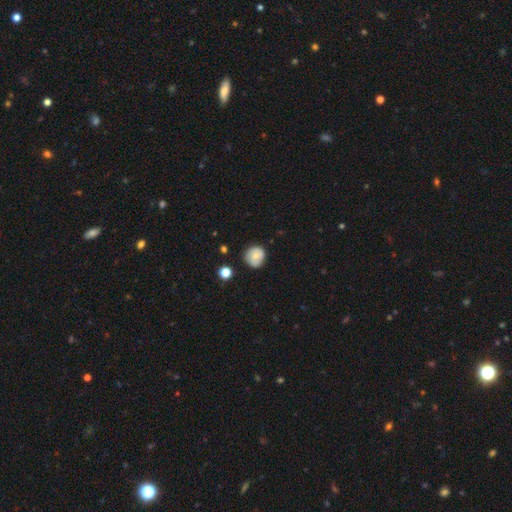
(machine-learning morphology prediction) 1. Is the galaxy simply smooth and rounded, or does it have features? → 64% smooth, 27% featured or disk, 9% star or artifact.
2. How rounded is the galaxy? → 88% round, 11% in between, 1% cigar-shaped.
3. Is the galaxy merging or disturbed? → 75% none, 19% minor disturbance, 4% major disturbance, 2% merger.